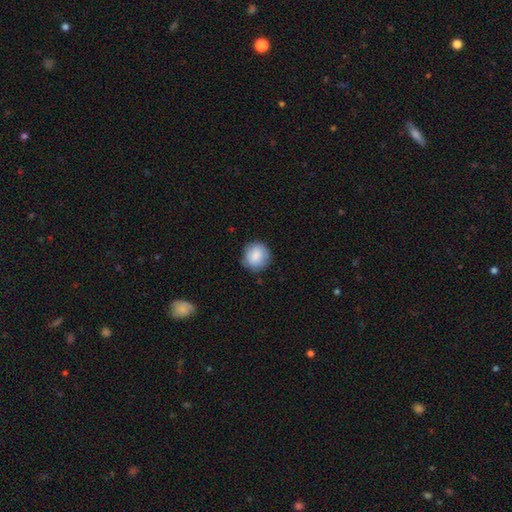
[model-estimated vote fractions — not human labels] smooth 85%, featured or disk 8%, star or artifact 7%. Down the decision tree: how rounded — round (90%); merging — none (82%).